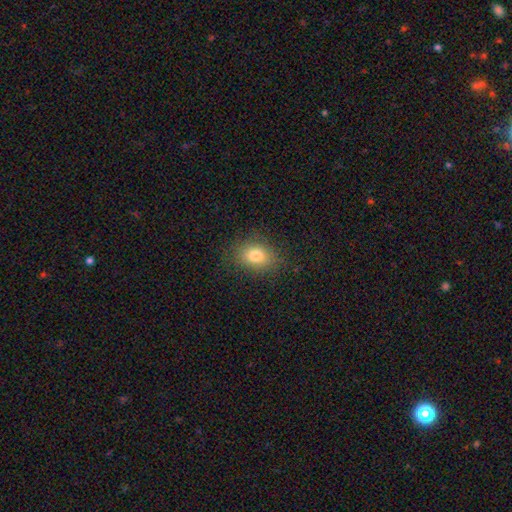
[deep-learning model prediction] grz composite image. It shows a smooth galaxy with no disk features (80%) that is in between round and cigar-shaped (63%). Merging: none (84%).